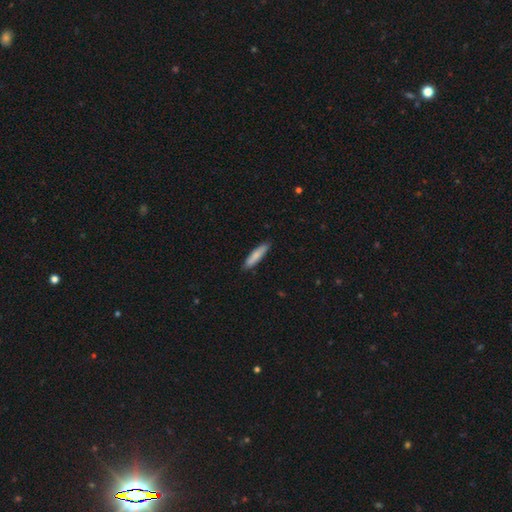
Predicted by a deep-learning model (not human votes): This is clearly a smooth galaxy (81%). How rounded: clearly cigar-shaped (80%). Merging: clearly none (86%).